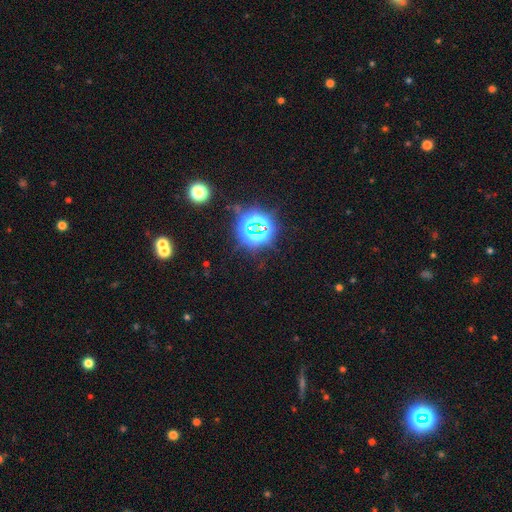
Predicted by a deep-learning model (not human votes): star or artifact 75%, smooth 19%, featured or disk 6%.